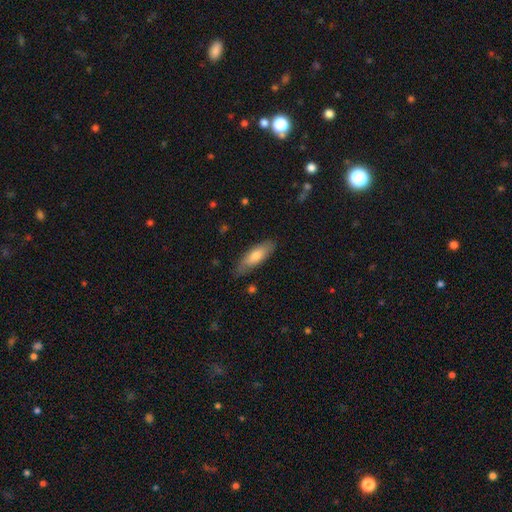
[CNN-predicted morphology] This appears to be a smooth galaxy with no disk features (71%) that is in between round and cigar-shaped (63%). Merging: none (79%).